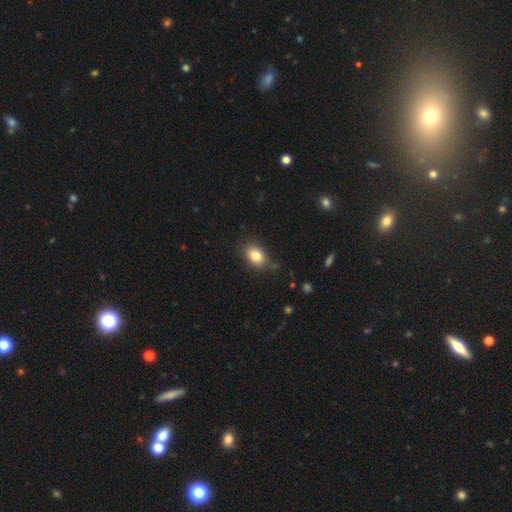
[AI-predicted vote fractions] The model was most divided on "how rounded": in between: 69%, round: 29%, cigar-shaped: 1%. More confident: smooth or featured — smooth (83%); merging — none (76%).